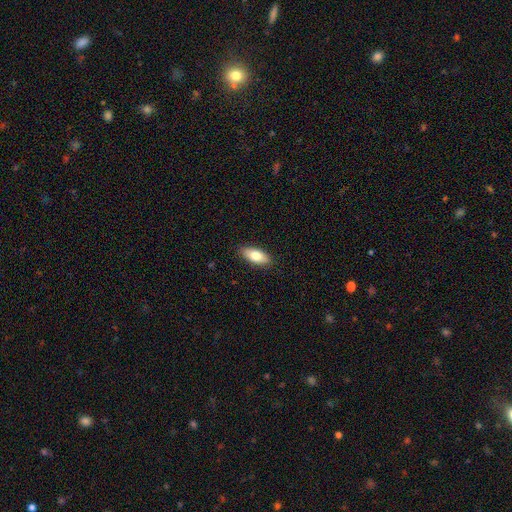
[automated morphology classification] Overall: smooth (79%). How rounded: in between (83%). Merging: none (88%).